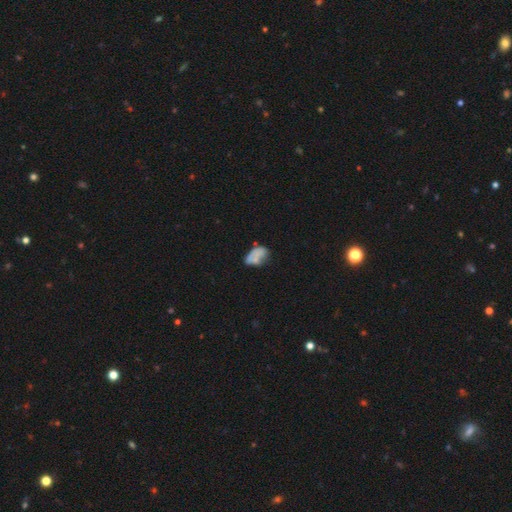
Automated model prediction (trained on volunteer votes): This appears to be a smooth galaxy with no disk features (64%) that is in between round and cigar-shaped (89%). Merging: none (42%).